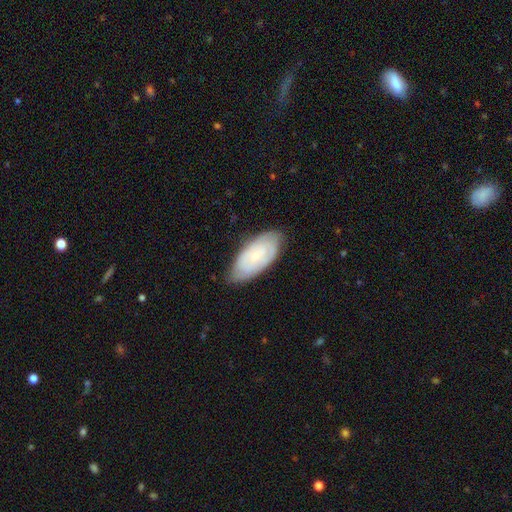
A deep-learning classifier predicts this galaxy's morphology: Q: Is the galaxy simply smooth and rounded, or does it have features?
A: featured or disk — 49%.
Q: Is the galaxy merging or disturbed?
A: none — 74%.